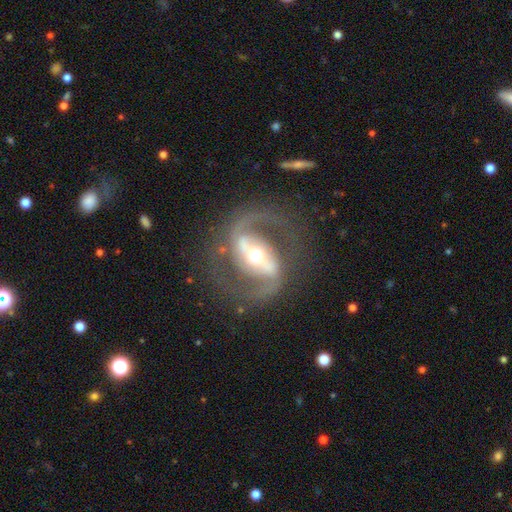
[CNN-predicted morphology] Smooth or featured?
  - featured or disk: 91% *
  - star or artifact: 5%
  - smooth: 4%
Edge-on disk?
  - no: 97% *
  - yes: 3%
Bar?
  - strong: 60% *
  - weak: 26%
  - no: 14%
Spiral arms?
  - yes: 96% *
  - no: 4%
Spiral winding?
  - medium: 61% *
  - loose: 22%
  - tight: 17%
Spiral arm count?
  - 2: 93% *
  - can't tell: 2%
  - 1: 2%
  - 3: 1%
  - 4: 1%
  - more than 4: 1%
Bulge size?
  - moderate: 63% *
  - small: 28%
  - large: 8%
  - dominant: 1%
  - none: 1%
Merging?
  - none: 79% *
  - minor disturbance: 12%
  - major disturbance: 8%
  - merger: 2%